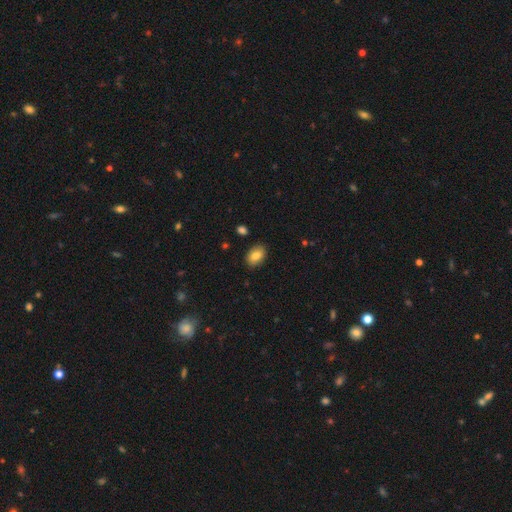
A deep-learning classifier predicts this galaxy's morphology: smooth 84%, featured or disk 9%, star or artifact 8%. Down the decision tree: how rounded — in between (85%); merging — none (87%).